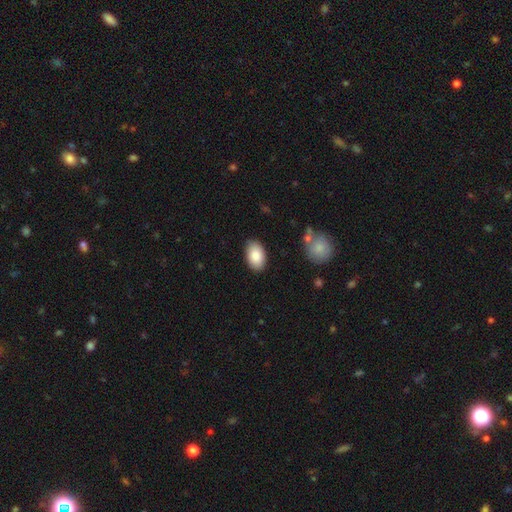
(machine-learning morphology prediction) type=smooth (88%); roundness=in between (92%); merging=none (86%).